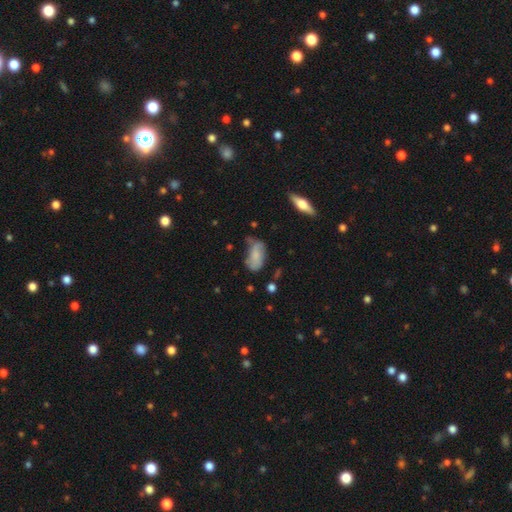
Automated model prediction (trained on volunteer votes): smooth 67%, featured or disk 24%, star or artifact 9%. Down the decision tree: how rounded — in between (91%); merging — none (39%).